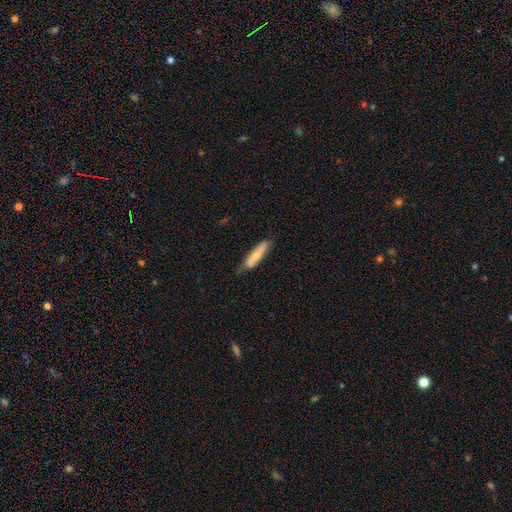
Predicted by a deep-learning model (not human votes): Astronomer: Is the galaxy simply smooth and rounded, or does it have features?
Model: smooth — 63%.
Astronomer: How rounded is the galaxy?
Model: cigar-shaped — 75%.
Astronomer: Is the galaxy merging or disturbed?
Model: none — 65%.